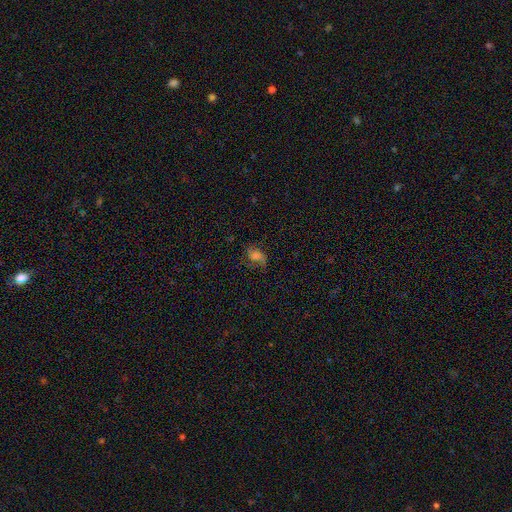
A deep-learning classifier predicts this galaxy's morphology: A smooth galaxy with no disk features (45%). Merging: none (54%).